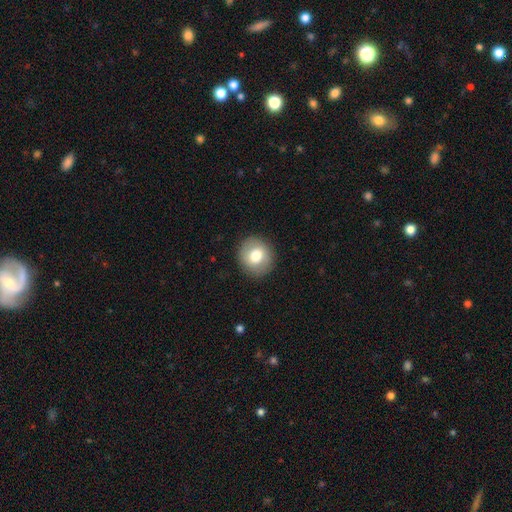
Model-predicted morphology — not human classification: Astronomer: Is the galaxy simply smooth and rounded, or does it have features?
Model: smooth — 72%.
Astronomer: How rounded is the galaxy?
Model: round — 86%.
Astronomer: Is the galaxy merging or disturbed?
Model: none — 89%.